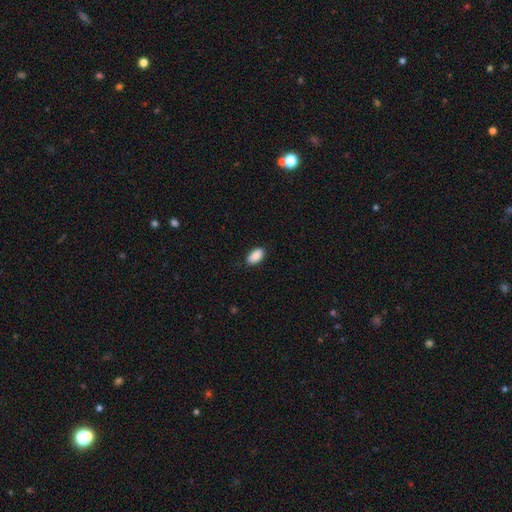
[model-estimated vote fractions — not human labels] A smooth galaxy with no disk features (89%) that is in between round and cigar-shaped (94%).

Vote fractions:
- Smooth or featured? smooth: 89% / star or artifact: 7% / featured or disk: 4%
- How rounded? in between: 94% / round: 3% / cigar-shaped: 2%
- Merging? none: 85% / minor disturbance: 12% / major disturbance: 2% / merger: 1%